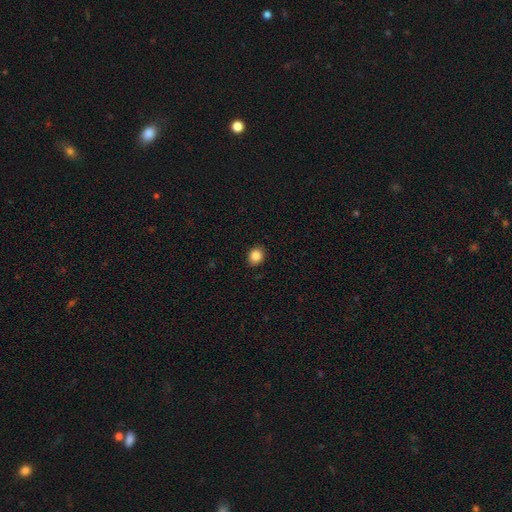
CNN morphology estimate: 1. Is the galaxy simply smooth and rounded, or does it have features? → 86% smooth, 9% star or artifact, 5% featured or disk.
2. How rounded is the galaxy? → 61% round, 39% in between, 1% cigar-shaped.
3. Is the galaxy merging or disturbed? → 89% none, 8% minor disturbance, 2% major disturbance, 1% merger.